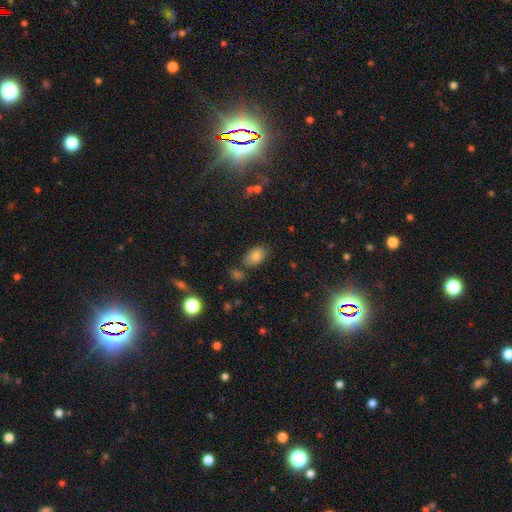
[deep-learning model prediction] Smooth or featured? Predicted: smooth (p=0.79). How rounded? Predicted: in between (p=0.89). Merging? Predicted: none (p=0.72).